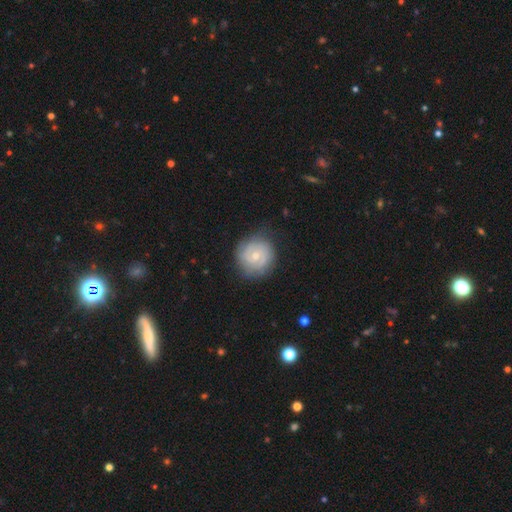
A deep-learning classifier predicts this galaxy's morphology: Overall: featured or disk (64%; smooth 29%). Edge-on disk: no (98%). Bar: no (67%; weak 28%). Spiral arms: yes (83%). Spiral arm count: 2 (49%; can't tell 31%). Spiral winding: tight (65%; medium 27%). Bulge size: small (52%; moderate 45%). Merging: none (76%).